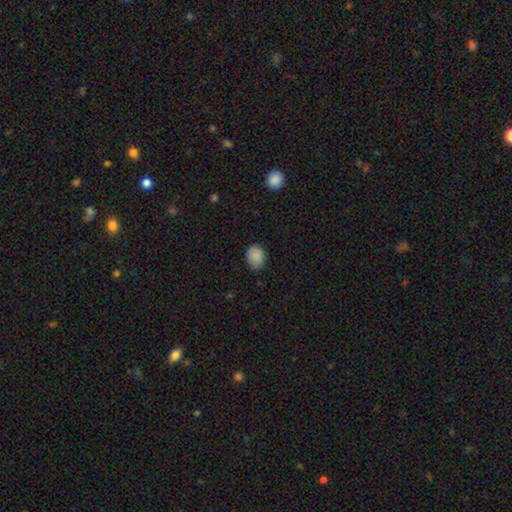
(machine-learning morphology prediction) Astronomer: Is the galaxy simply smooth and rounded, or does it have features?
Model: smooth — 88%.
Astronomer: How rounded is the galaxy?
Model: in between — 57% (runner-up: round, 42%).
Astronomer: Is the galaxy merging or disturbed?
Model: none — 81%.